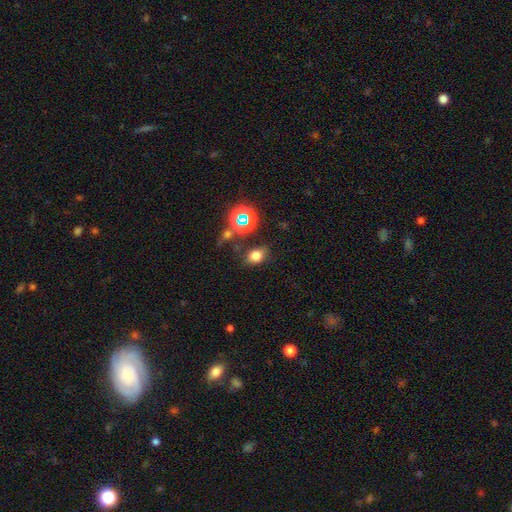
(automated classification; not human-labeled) A smooth galaxy with no disk features (72%) that is in between round and cigar-shaped (68%).

Vote fractions:
- Smooth or featured? smooth: 72% / star or artifact: 20% / featured or disk: 9%
- How rounded? in between: 68% / round: 30% / cigar-shaped: 2%
- Merging? none: 73% / minor disturbance: 16% / major disturbance: 6% / merger: 5%